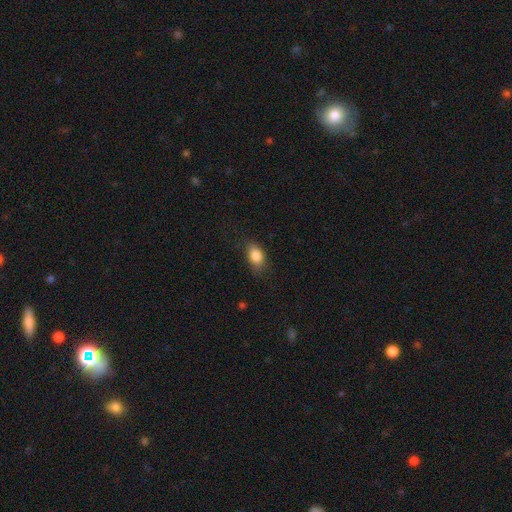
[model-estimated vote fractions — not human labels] The model was most divided on "merging": none: 72%, minor disturbance: 20%, major disturbance: 6%, merger: 1%. More confident: smooth or featured — smooth (85%); how rounded — in between (83%).